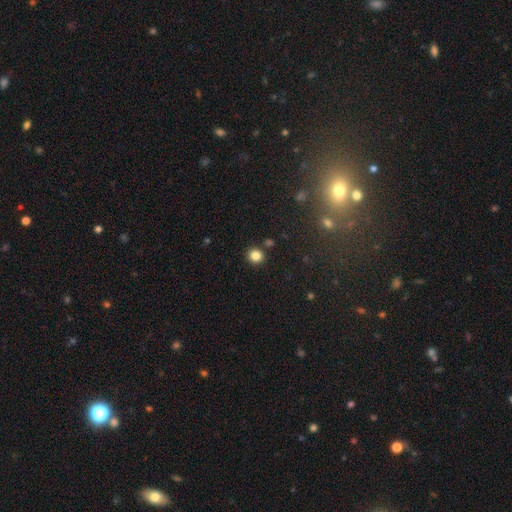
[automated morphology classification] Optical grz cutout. It shows a smooth galaxy with no disk features (84%) that is round (88%). Merging: none (87%).